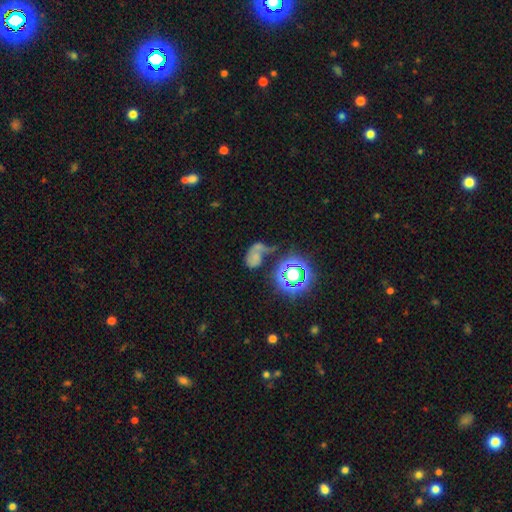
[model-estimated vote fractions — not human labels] This is marginally a smooth galaxy (43%). Merging: marginally merger (36%).